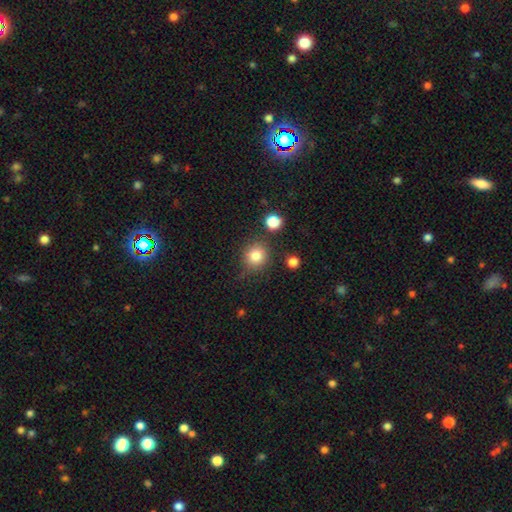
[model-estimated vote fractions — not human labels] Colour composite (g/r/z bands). It shows a smooth galaxy with no disk features (82%) that is round (88%). Merging: none (79%).